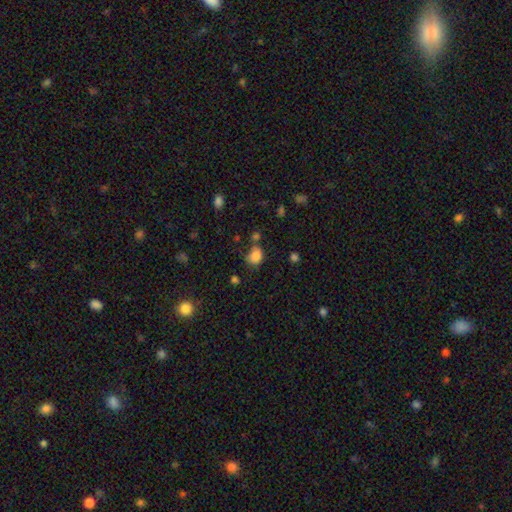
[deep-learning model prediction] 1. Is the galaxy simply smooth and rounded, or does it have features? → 83% smooth, 11% star or artifact, 6% featured or disk.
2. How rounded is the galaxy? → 57% round, 42% in between, 1% cigar-shaped.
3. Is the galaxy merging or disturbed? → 59% none, 22% minor disturbance, 11% merger, 7% major disturbance.